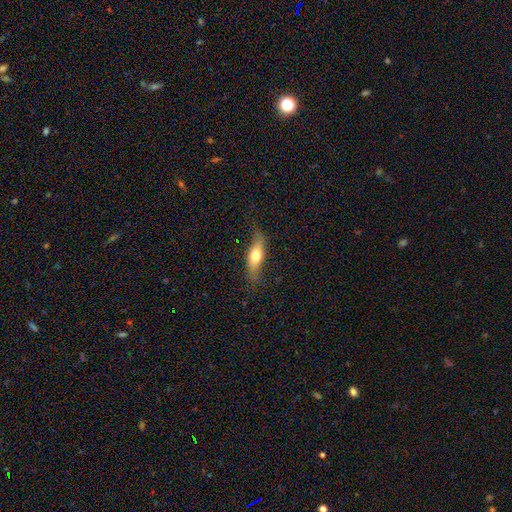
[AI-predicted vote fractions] Morphology: type=smooth (54%); roundness=in between (52%); merging=none (72%).